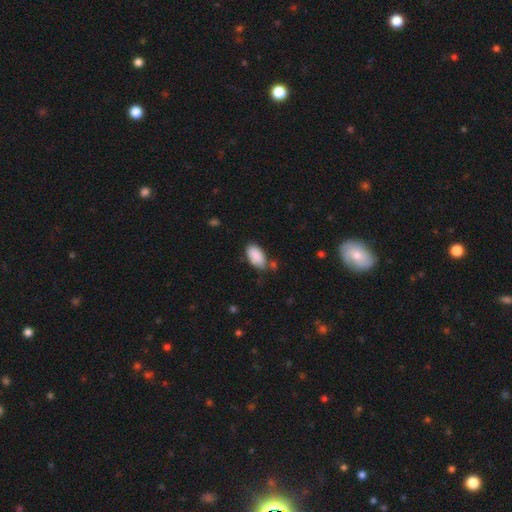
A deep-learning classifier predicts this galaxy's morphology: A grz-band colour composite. It shows a smooth galaxy with no disk features (89%) that is in between round and cigar-shaped (94%). Merging: none (64%).